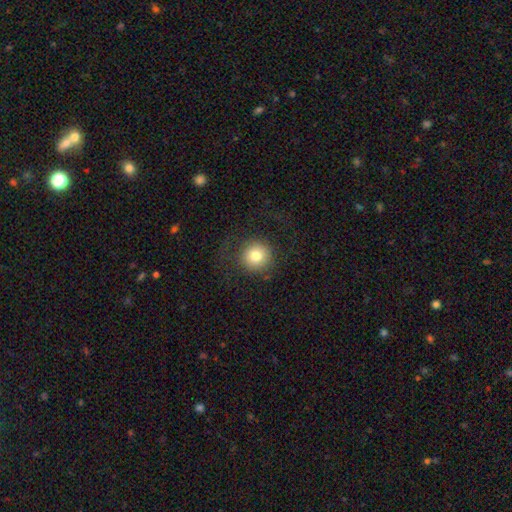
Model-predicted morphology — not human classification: smooth-or-featured: smooth: 78% | featured or disk: 11% | star or artifact: 11%
  how-rounded: round: 94% | in between: 5% | cigar-shaped: 1%
  merging: none: 80% | minor disturbance: 10% | major disturbance: 9% | merger: 1%